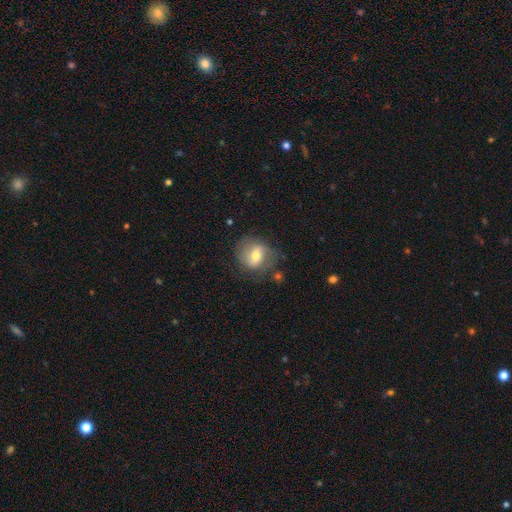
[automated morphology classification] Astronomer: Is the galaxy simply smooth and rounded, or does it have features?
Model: smooth — 50% (runner-up: featured or disk, 42%).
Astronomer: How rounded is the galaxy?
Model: round — 67%.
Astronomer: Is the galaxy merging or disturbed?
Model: none — 64%.